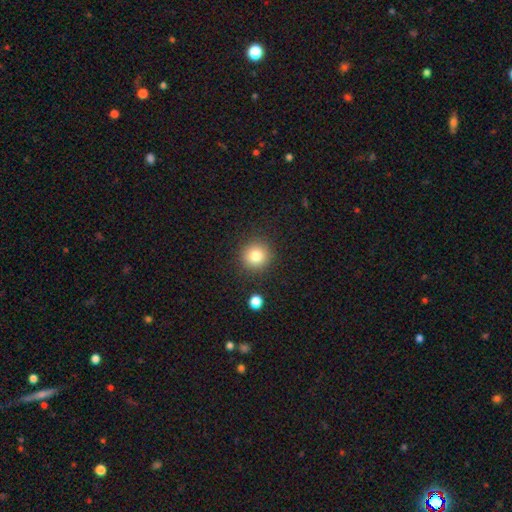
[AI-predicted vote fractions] Overall: smooth (81%). How rounded: round (93%). Merging: none (89%).